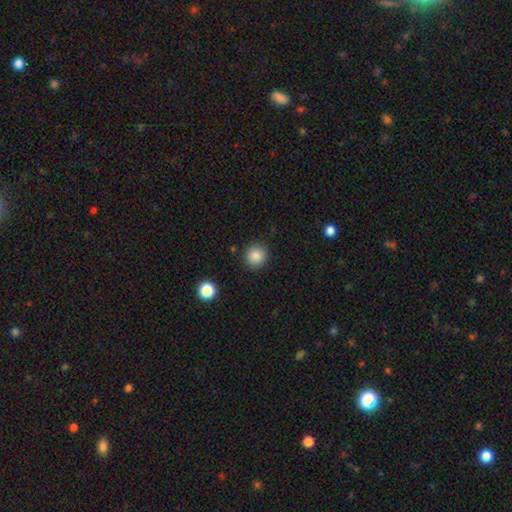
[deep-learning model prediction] Morphology: type=smooth (86%); roundness=round (93%); merging=none (90%).